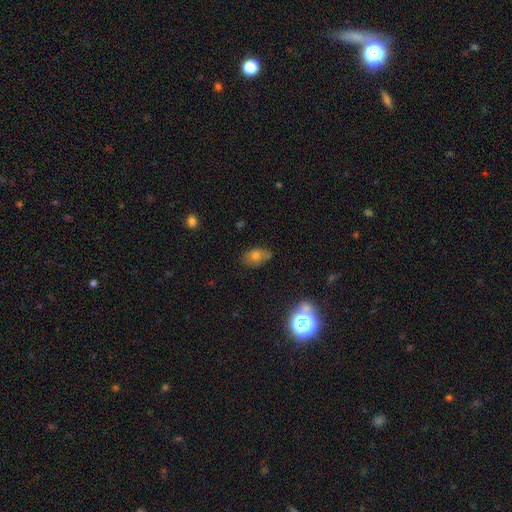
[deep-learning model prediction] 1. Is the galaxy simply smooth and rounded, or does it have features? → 63% smooth, 21% star or artifact, 16% featured or disk.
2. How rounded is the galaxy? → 80% in between, 18% round, 2% cigar-shaped.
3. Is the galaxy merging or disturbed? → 71% none, 22% minor disturbance, 5% major disturbance, 2% merger.